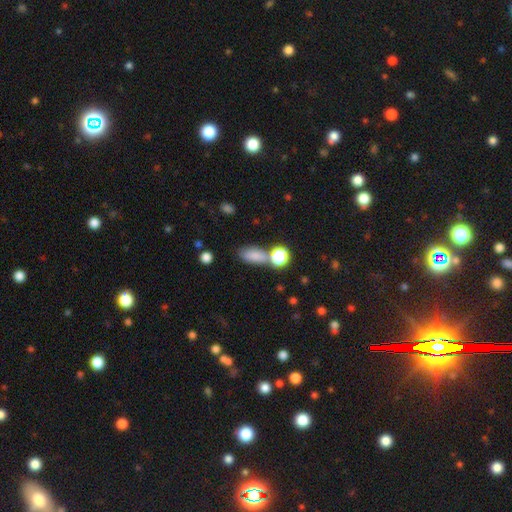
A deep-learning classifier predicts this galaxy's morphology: Smooth or featured?
  - smooth: 78% *
  - star or artifact: 13%
  - featured or disk: 8%
How rounded?
  - in between: 80% *
  - round: 10%
  - cigar-shaped: 9%
Merging?
  - none: 56% *
  - merger: 21%
  - minor disturbance: 16%
  - major disturbance: 7%